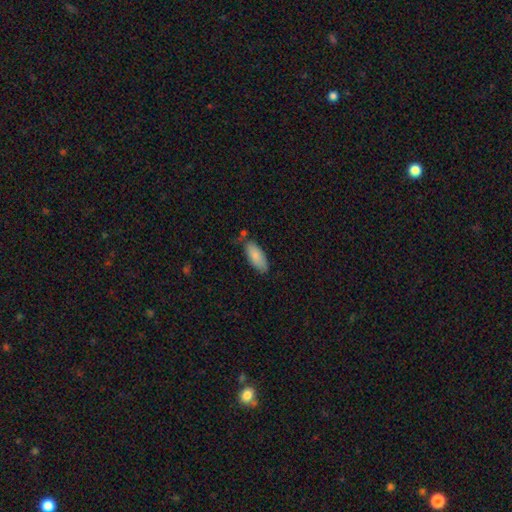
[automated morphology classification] Q: Smooth or featured?
A: smooth (85%); runner-up: featured or disk (9%)
Q: How rounded?
A: in between (83%); runner-up: cigar-shaped (16%)
Q: Merging?
A: none (68%); runner-up: minor disturbance (23%)